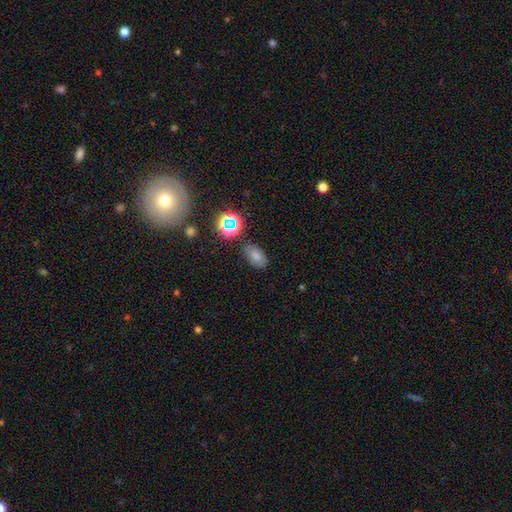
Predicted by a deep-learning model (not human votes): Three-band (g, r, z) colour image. It shows a smooth galaxy with no disk features (72%) that is in between round and cigar-shaped (90%). Merging: none (78%).